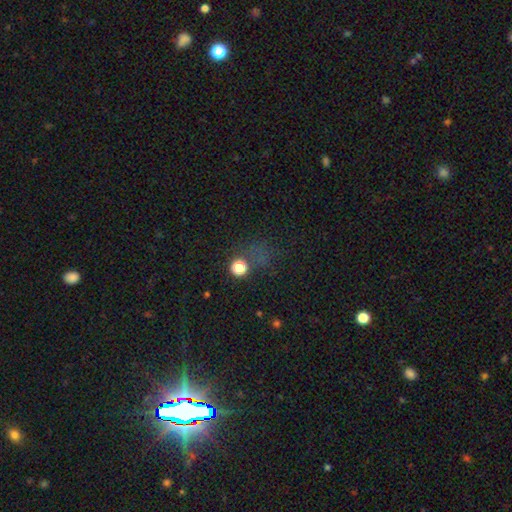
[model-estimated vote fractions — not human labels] Smooth or featured? star or artifact (64%)